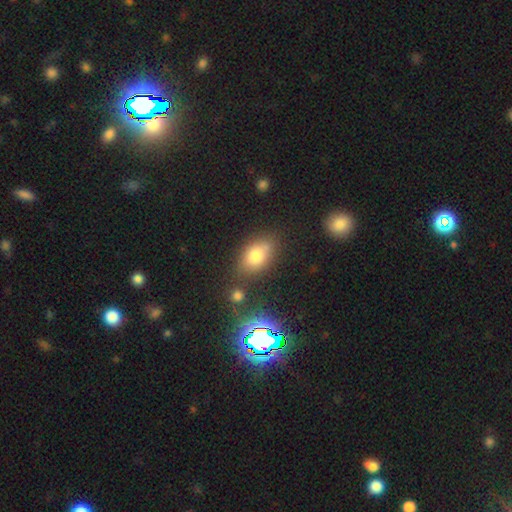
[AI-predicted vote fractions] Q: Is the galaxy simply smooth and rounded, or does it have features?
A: smooth — 73%.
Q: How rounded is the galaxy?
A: in between — 79%.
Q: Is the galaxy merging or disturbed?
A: none — 69%.